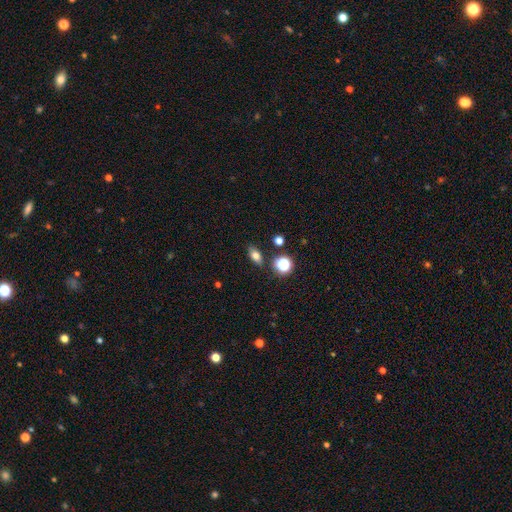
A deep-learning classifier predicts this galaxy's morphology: Smooth or featured? smooth (71%)
How rounded? in between (78%)
Merging? none (84%)